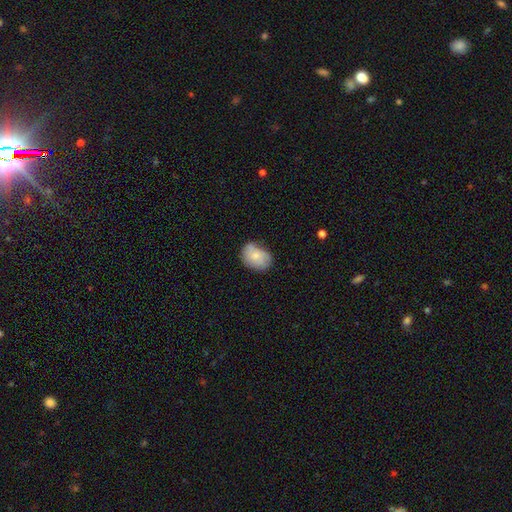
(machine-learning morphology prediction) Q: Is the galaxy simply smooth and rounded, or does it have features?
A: smooth — 69%.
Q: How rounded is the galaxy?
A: in between — 67%.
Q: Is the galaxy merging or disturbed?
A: none — 55%.